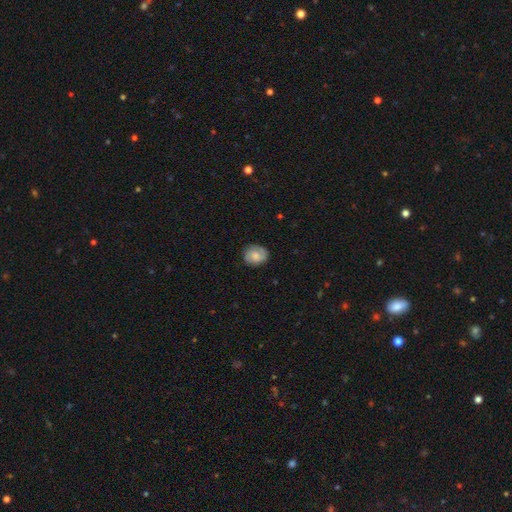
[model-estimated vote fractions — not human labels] Smooth or featured: smooth — 65% (featured or disk — 27%)
How rounded: round — 66% (in between — 33%)
Merging: none — 79% (minor disturbance — 16%)